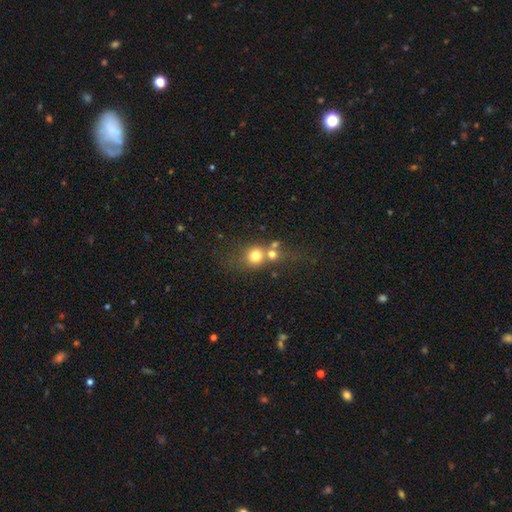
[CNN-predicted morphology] Smooth or featured: smooth — 71% (featured or disk — 15%)
How rounded: round — 81% (in between — 18%)
Merging: merger — 46% (none — 40%)